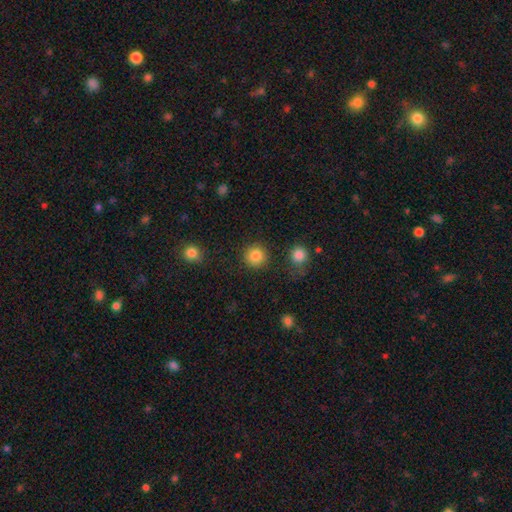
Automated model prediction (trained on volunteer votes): Smooth or featured?
  - smooth: 86% *
  - star or artifact: 10%
  - featured or disk: 4%
How rounded?
  - round: 94% *
  - in between: 5%
  - cigar-shaped: 1%
Merging?
  - none: 89% *
  - minor disturbance: 6%
  - major disturbance: 2%
  - merger: 2%